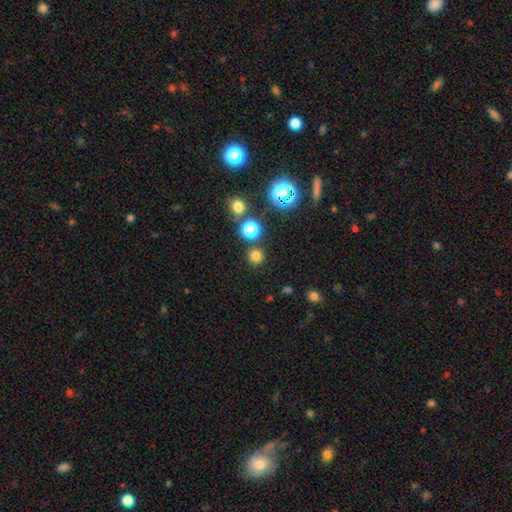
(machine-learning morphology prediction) smooth_or_featured: smooth (p=0.73) [alt: star or artifact p=0.22]
how_rounded: round (p=0.94) [alt: in between p=0.05]
merging: none (p=0.85) [alt: minor disturbance p=0.06]